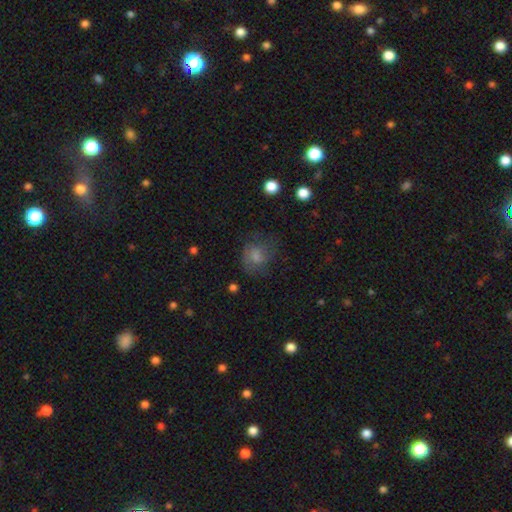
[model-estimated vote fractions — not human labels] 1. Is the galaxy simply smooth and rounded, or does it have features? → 48% smooth, 34% featured or disk, 17% star or artifact.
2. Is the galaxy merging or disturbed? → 61% none, 22% minor disturbance, 15% major disturbance, 2% merger.